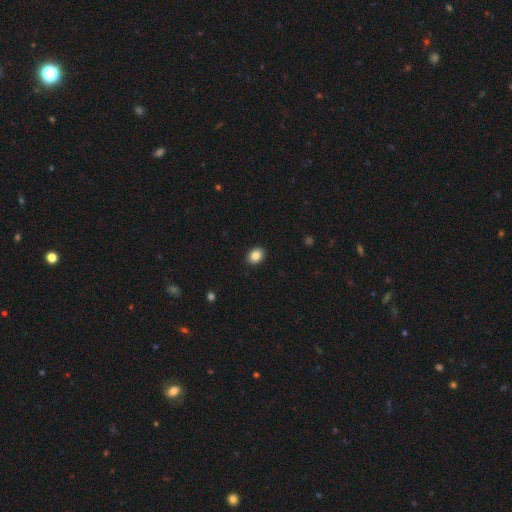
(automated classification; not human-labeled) Smooth or featured? smooth (86%)
How rounded? in between (66%)
Merging? none (91%)